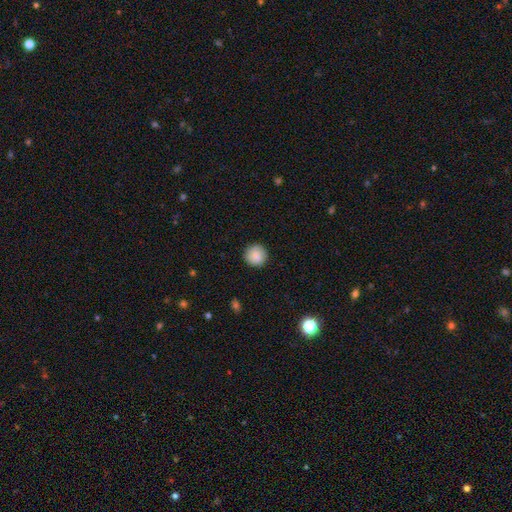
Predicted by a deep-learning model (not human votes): smooth-or-featured: smooth: 86% | star or artifact: 8% | featured or disk: 6%
  how-rounded: round: 93% | in between: 6% | cigar-shaped: 1%
  merging: none: 89% | minor disturbance: 8% | major disturbance: 2% | merger: 1%